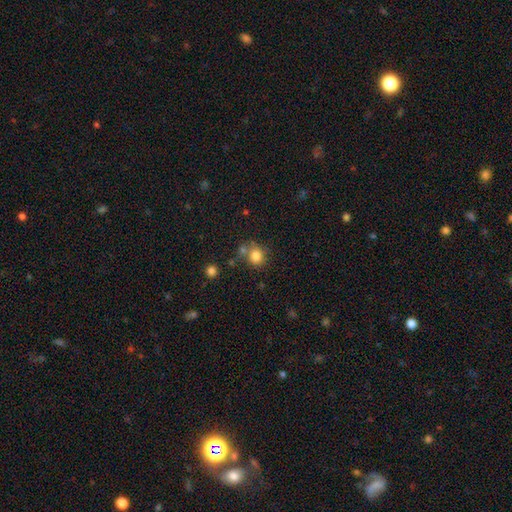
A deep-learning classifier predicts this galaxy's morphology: Smooth or featured?
  - smooth: 82% *
  - star or artifact: 12%
  - featured or disk: 7%
How rounded?
  - round: 84% *
  - in between: 15%
  - cigar-shaped: 1%
Merging?
  - none: 66% *
  - merger: 18%
  - minor disturbance: 12%
  - major disturbance: 4%